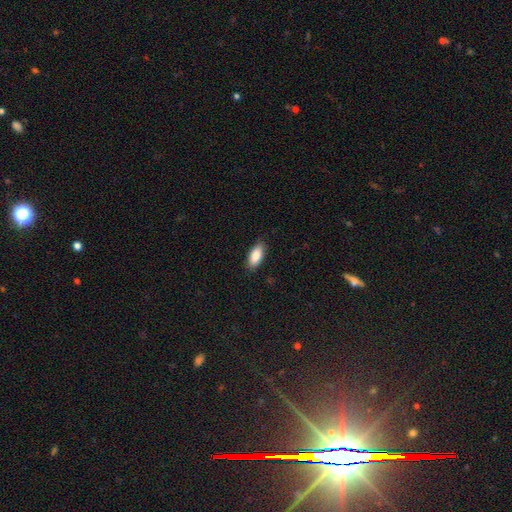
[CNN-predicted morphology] A smooth galaxy with no disk features (88%) that is in between round and cigar-shaped (88%).

Vote fractions:
- Smooth or featured? smooth: 88% / star or artifact: 6% / featured or disk: 6%
- How rounded? in between: 88% / cigar-shaped: 10% / round: 2%
- Merging? none: 87% / minor disturbance: 10% / major disturbance: 2% / merger: 1%